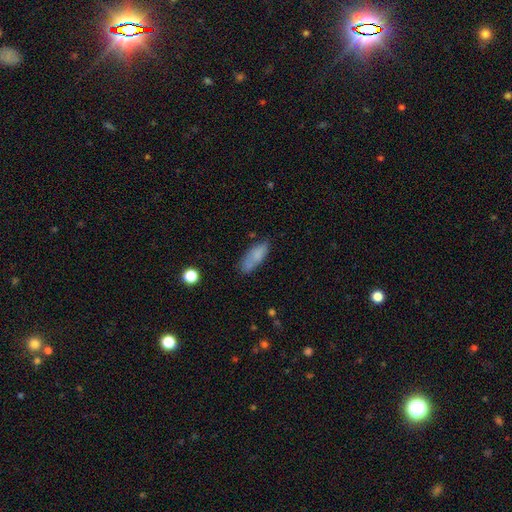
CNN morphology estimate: Smooth or featured?
  - smooth: 78% *
  - featured or disk: 13%
  - star or artifact: 9%
How rounded?
  - in between: 66% *
  - cigar-shaped: 32%
  - round: 2%
Merging?
  - none: 63% *
  - minor disturbance: 24%
  - major disturbance: 7%
  - merger: 6%